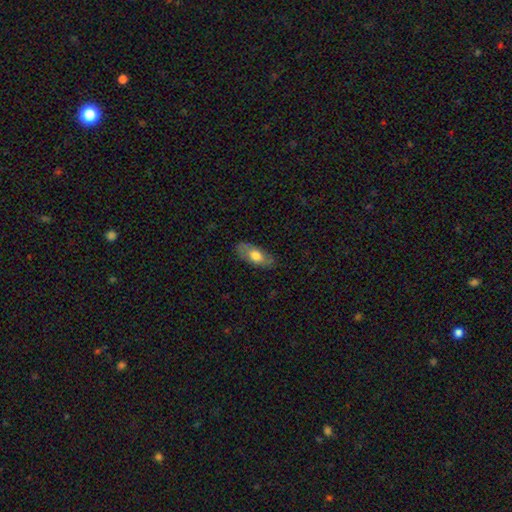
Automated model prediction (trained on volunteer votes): smooth-or-featured: smooth: 66% | featured or disk: 28% | star or artifact: 6%
  how-rounded: in between: 85% | cigar-shaped: 12% | round: 4%
  merging: none: 78% | minor disturbance: 17% | major disturbance: 4% | merger: 1%